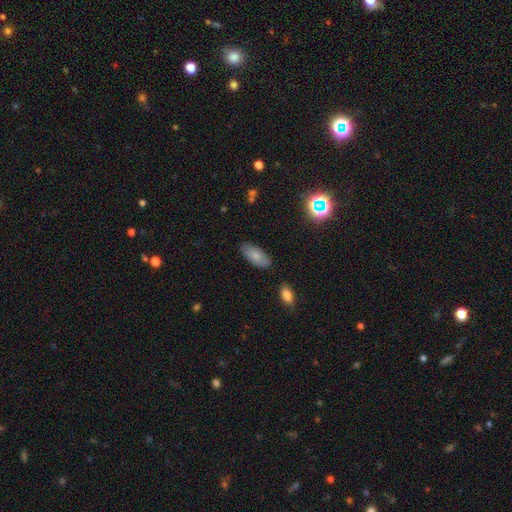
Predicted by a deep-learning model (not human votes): smooth-or-featured: smooth: 81% | featured or disk: 11% | star or artifact: 8%
  how-rounded: in between: 88% | cigar-shaped: 10% | round: 2%
  merging: none: 83% | minor disturbance: 13% | major disturbance: 3% | merger: 2%